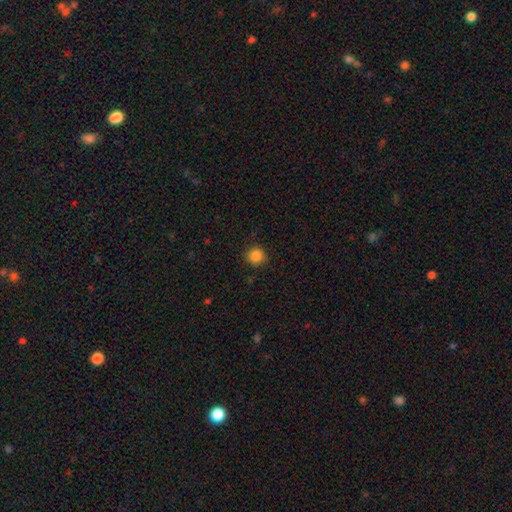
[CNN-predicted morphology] smooth_or_featured: smooth (p=0.85) [alt: star or artifact p=0.11]
how_rounded: round (p=0.92) [alt: in between p=0.07]
merging: none (p=0.86) [alt: minor disturbance p=0.10]